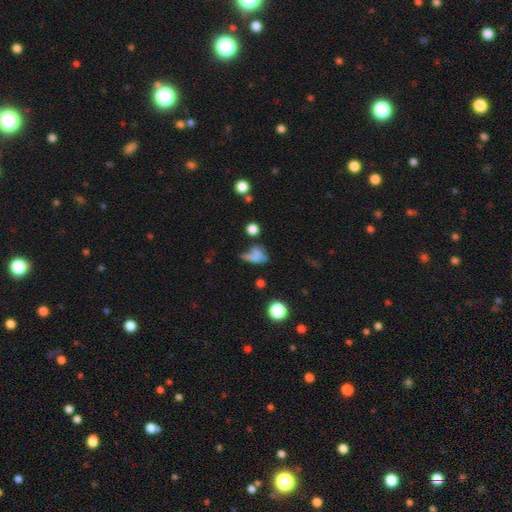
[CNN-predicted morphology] Smooth or featured?
  - smooth: 59% *
  - featured or disk: 25%
  - star or artifact: 16%
How rounded?
  - in between: 62% *
  - round: 27%
  - cigar-shaped: 11%
Merging?
  - none: 29% *
  - major disturbance: 28%
  - merger: 22%
  - minor disturbance: 21%